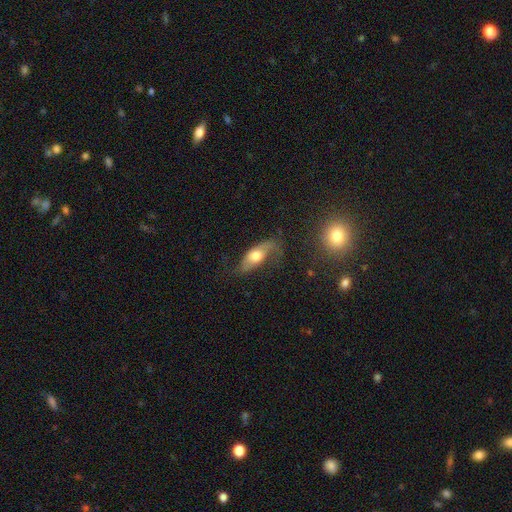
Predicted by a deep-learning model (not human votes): Q: Smooth or featured?
A: featured or disk (48%); runner-up: smooth (44%)
Q: Merging?
A: none (46%); runner-up: minor disturbance (28%)